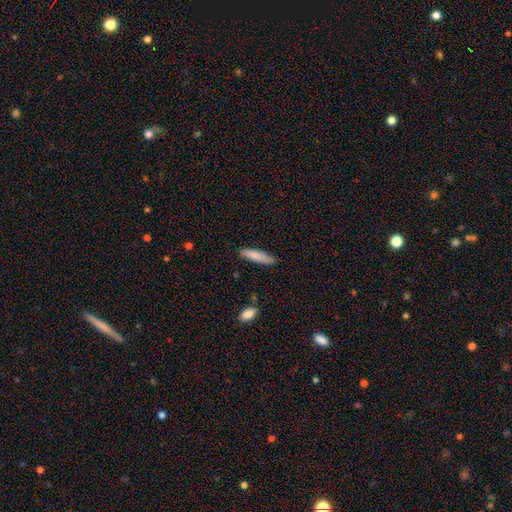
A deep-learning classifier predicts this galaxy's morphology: Smooth or featured? Predicted: smooth (p=0.82). How rounded? Predicted: cigar-shaped (p=0.75). Merging? Predicted: none (p=0.81).